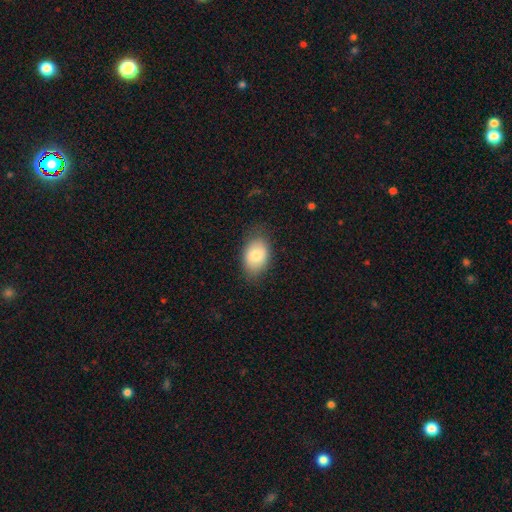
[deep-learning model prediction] A smooth galaxy with no disk features (82%) that is in between round and cigar-shaped (85%).

Vote fractions:
- Smooth or featured? smooth: 82% / featured or disk: 11% / star or artifact: 7%
- How rounded? in between: 85% / round: 14% / cigar-shaped: 1%
- Merging? none: 79% / minor disturbance: 16% / major disturbance: 4% / merger: 1%